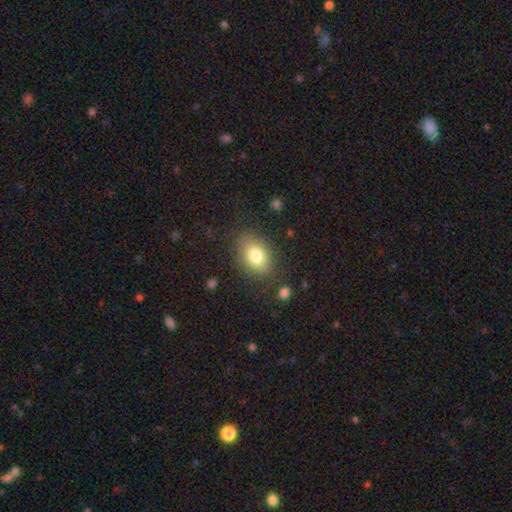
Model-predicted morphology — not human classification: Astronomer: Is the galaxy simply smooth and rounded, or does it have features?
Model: smooth — 78%.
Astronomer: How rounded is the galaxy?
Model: in between — 77%.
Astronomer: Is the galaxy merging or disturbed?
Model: none — 81%.